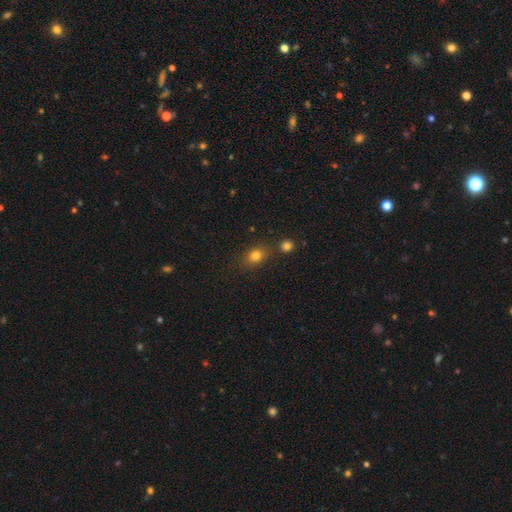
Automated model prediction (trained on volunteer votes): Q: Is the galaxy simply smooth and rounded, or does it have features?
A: smooth — 79%.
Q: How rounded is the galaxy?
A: in between — 50%.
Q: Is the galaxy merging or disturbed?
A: none — 74%.